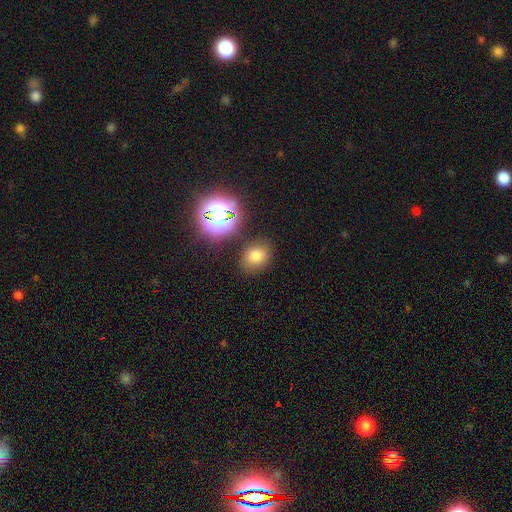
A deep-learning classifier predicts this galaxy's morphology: Smooth or featured: smooth — 72% (star or artifact — 20%)
How rounded: round — 57% (in between — 42%)
Merging: none — 80% (minor disturbance — 11%)